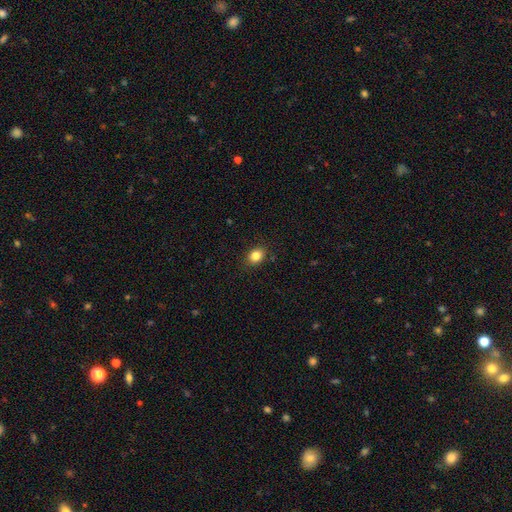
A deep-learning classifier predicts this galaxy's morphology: This appears to be a smooth galaxy with no disk features (84%) that is in between round and cigar-shaped (57%). Merging: none (87%).